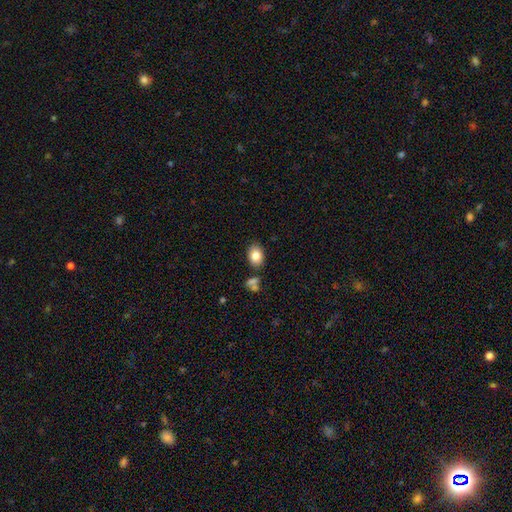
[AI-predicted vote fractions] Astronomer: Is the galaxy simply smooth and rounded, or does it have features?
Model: smooth — 82%.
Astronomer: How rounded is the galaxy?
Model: in between — 77%.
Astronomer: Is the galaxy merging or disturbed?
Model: none — 80%.